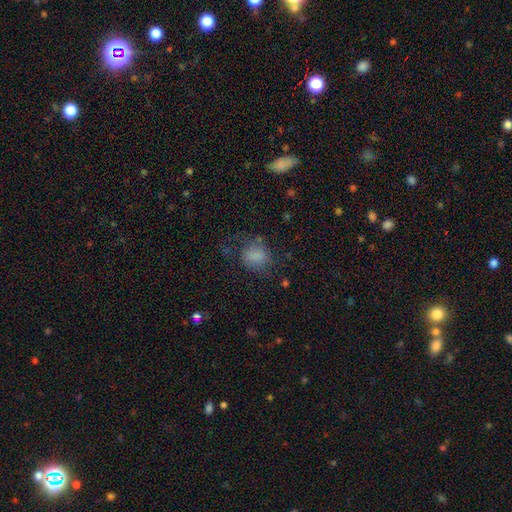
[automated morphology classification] smooth_or_featured: smooth (p=0.77) [alt: star or artifact p=0.12]
how_rounded: round (p=0.57) [alt: in between p=0.42]
merging: none (p=0.57) [alt: minor disturbance p=0.22]